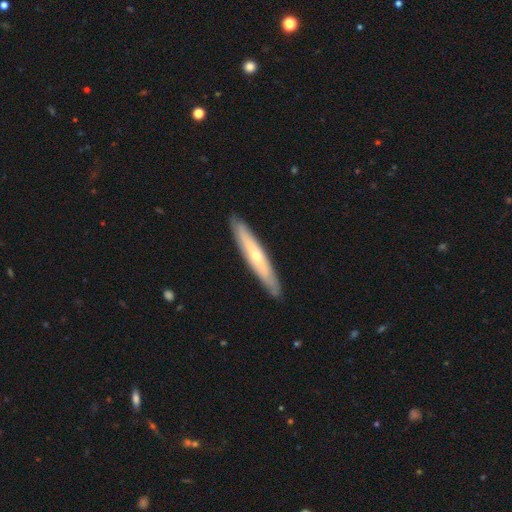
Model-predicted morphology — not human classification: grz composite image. It shows a featured or disk galaxy (56%) viewed edge-on (77%). Merging: none (88%).